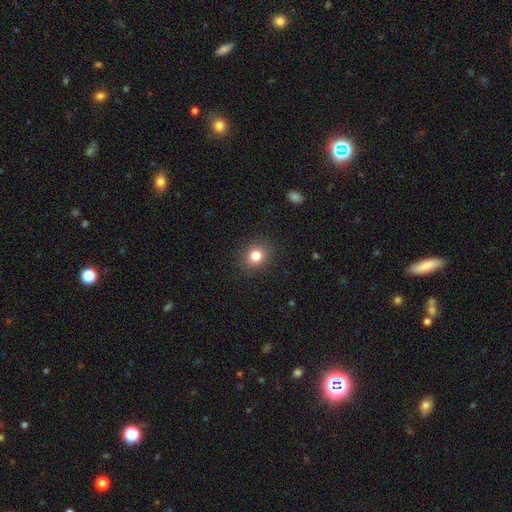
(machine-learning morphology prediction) A smooth galaxy with no disk features (81%) that is round (69%).

Vote fractions:
- Smooth or featured? smooth: 81% / star or artifact: 12% / featured or disk: 7%
- How rounded? round: 69% / in between: 30% / cigar-shaped: 1%
- Merging? none: 88% / minor disturbance: 8% / major disturbance: 3% / merger: 1%